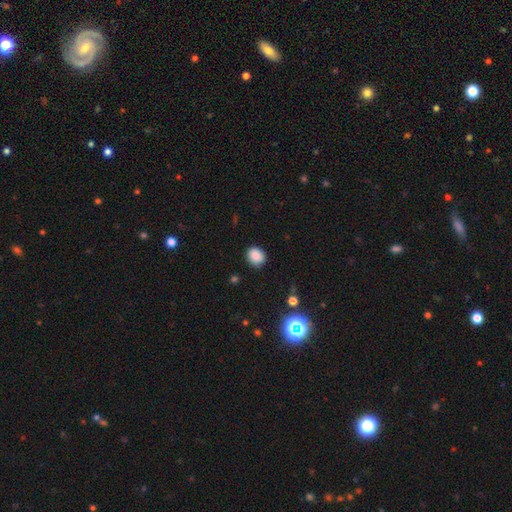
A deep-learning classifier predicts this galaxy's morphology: This appears to be a smooth galaxy with no disk features (87%) that is round (59%). Merging: none (86%).